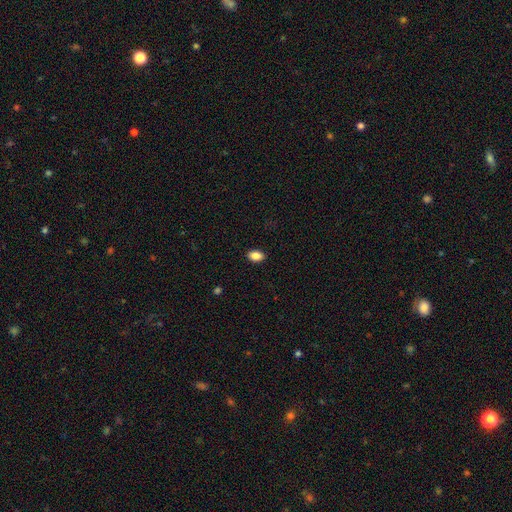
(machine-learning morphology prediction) The model was most divided on "how rounded": in between: 86%, round: 12%, cigar-shaped: 2%. More confident: merging — none (89%); smooth or featured — smooth (87%).